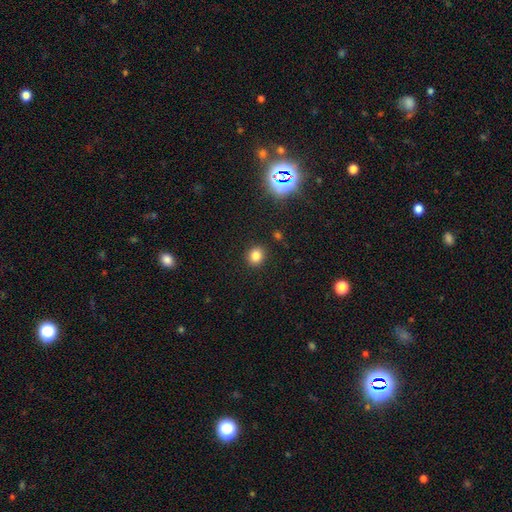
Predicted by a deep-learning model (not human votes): This appears to be a smooth galaxy with no disk features (81%) that is round (77%). Merging: none (90%).